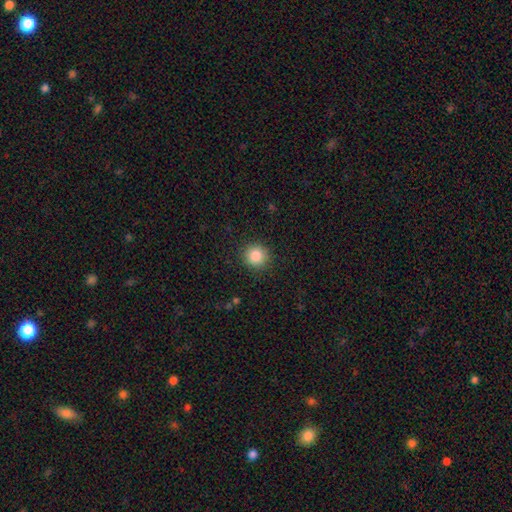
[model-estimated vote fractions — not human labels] Morphology: type=smooth (85%); roundness=round (93%); merging=none (90%).